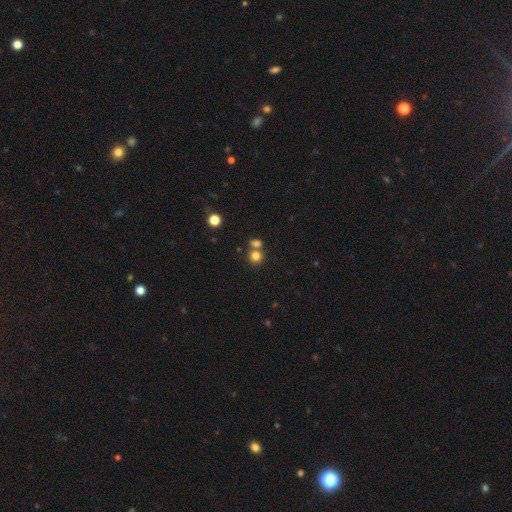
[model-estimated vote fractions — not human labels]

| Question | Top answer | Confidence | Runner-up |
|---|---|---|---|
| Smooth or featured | smooth | 79% | star or artifact (13%) |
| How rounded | round | 85% | in between (14%) |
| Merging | none | 54% | merger (36%) |